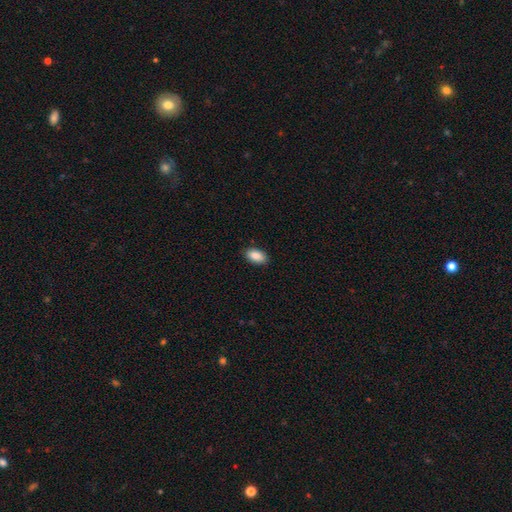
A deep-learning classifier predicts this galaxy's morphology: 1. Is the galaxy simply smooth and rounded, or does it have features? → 90% smooth, 7% star or artifact, 4% featured or disk.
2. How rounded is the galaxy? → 94% in between, 4% round, 3% cigar-shaped.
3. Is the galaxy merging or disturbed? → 88% none, 9% minor disturbance, 2% major disturbance, 1% merger.